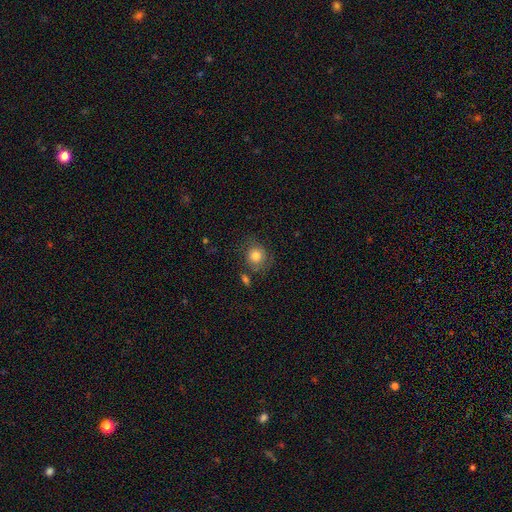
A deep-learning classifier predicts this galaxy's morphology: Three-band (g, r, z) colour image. It shows a smooth galaxy with no disk features (78%) that is round (84%). Merging: none (68%).